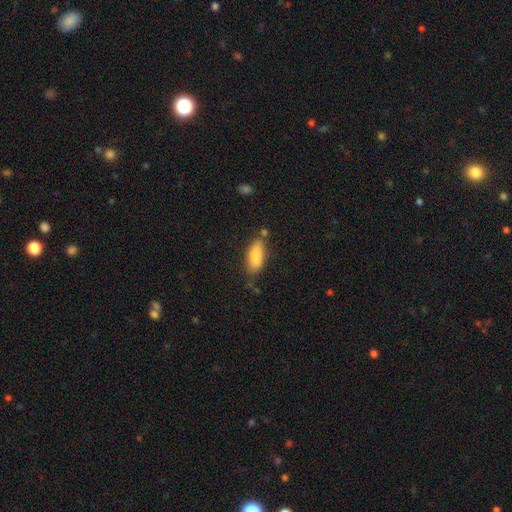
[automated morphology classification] Smooth or featured?
  - smooth: 85% *
  - featured or disk: 9%
  - star or artifact: 7%
How rounded?
  - in between: 76% *
  - cigar-shaped: 22%
  - round: 2%
Merging?
  - none: 73% *
  - minor disturbance: 17%
  - merger: 6%
  - major disturbance: 4%